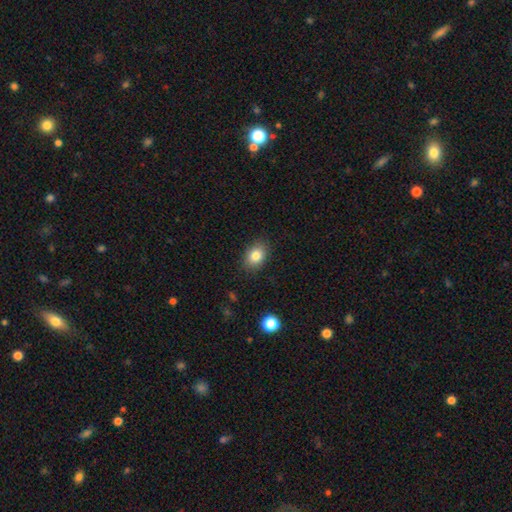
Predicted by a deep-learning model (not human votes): A smooth galaxy with no disk features (82%) that is in between round and cigar-shaped (73%).

Vote fractions:
- Smooth or featured? smooth: 82% / star or artifact: 9% / featured or disk: 8%
- How rounded? in between: 73% / round: 26% / cigar-shaped: 1%
- Merging? none: 86% / minor disturbance: 10% / major disturbance: 2% / merger: 1%